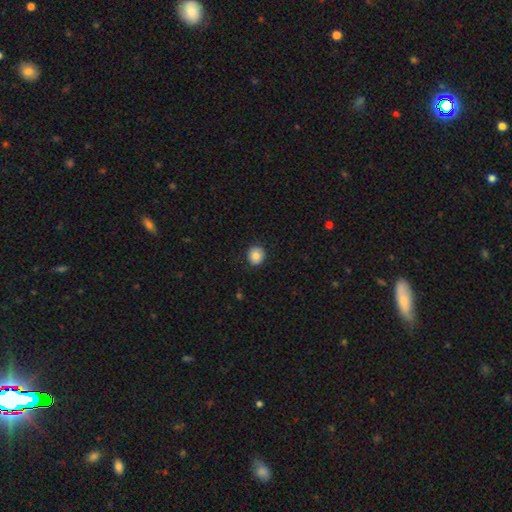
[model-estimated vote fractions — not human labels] Morphology: type=smooth (83%); roundness=round (87%); merging=none (90%).